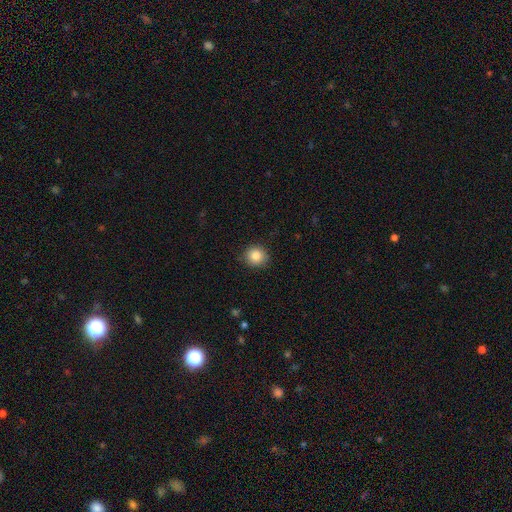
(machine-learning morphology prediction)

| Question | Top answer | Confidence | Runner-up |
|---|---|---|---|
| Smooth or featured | smooth | 85% | star or artifact (9%) |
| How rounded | round | 88% | in between (11%) |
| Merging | none | 87% | minor disturbance (10%) |